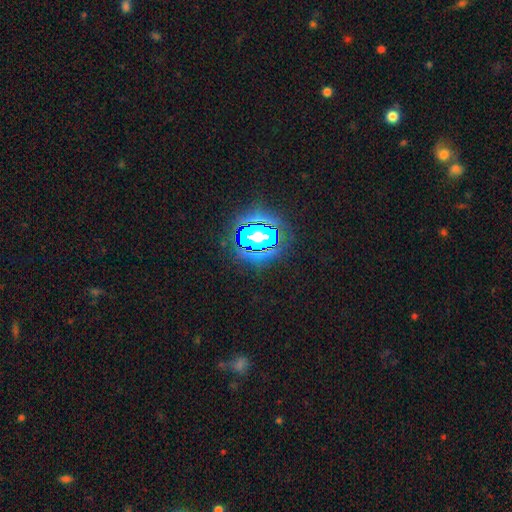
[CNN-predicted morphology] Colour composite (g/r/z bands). It shows a star or artifact, not a galaxy (81%).